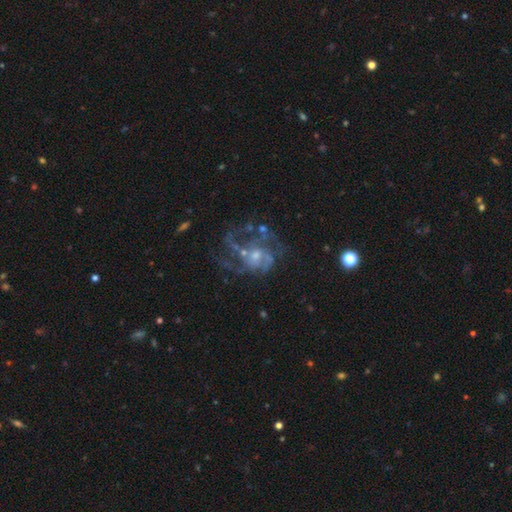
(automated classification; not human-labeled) This is clearly a featured or disk galaxy (80%). It is clearly not viewed edge-on (98%). Bar: likely no (72%). Spiral arm pattern: clearly yes (85%). Spiral arm count: marginally can't tell (29%). Spiral winding: possibly medium (46%). Central bulge: possibly small (49%). Merging: possibly none (47%).